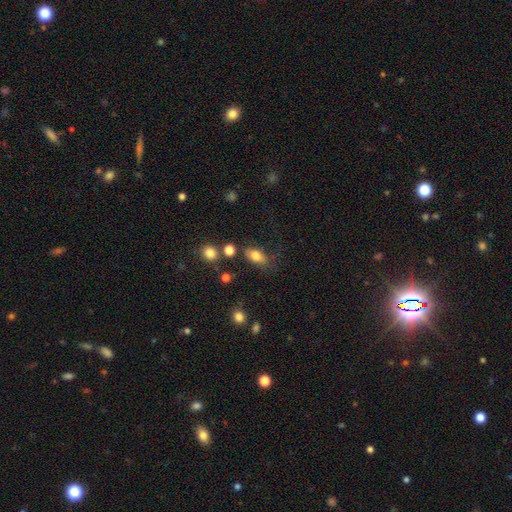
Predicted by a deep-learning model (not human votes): Smooth or featured: smooth — 79% (featured or disk — 12%)
How rounded: in between — 84% (round — 11%)
Merging: none — 65% (minor disturbance — 21%)